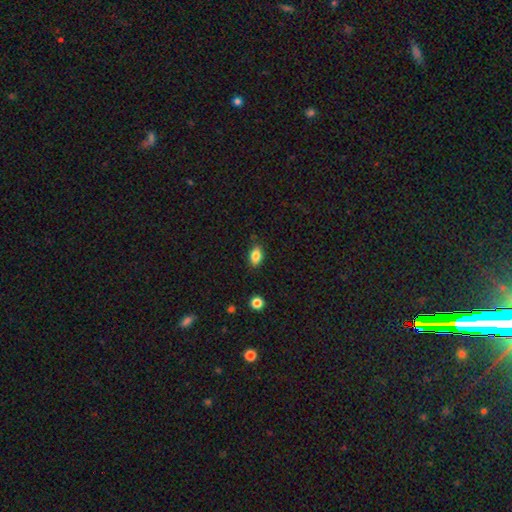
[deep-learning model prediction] The model was most divided on "merging": none: 84%, minor disturbance: 12%, major disturbance: 2%, merger: 2%. More confident: how rounded — in between (87%); smooth or featured — smooth (84%).